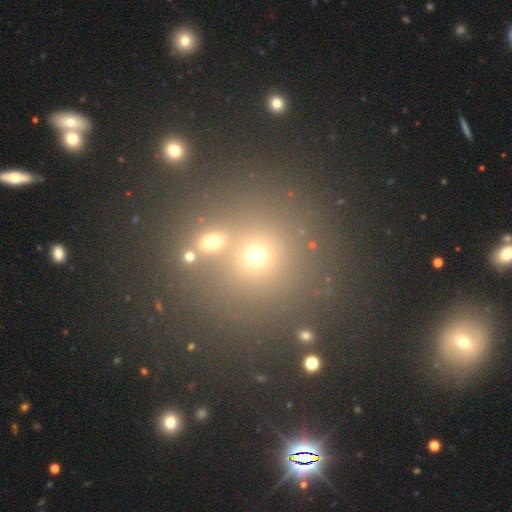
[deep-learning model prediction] Smooth or featured?
  - smooth: 54% *
  - star or artifact: 36%
  - featured or disk: 10%
How rounded?
  - round: 92% *
  - in between: 7%
  - cigar-shaped: 1%
Merging?
  - none: 73% *
  - merger: 15%
  - minor disturbance: 8%
  - major disturbance: 4%